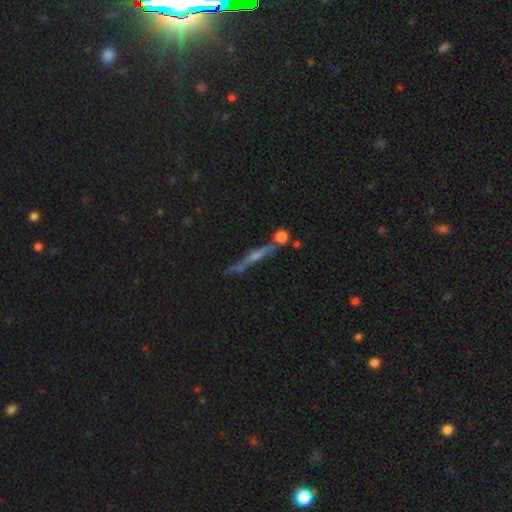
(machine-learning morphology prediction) This appears to be a featured or disk galaxy (65%) viewed edge-on (92%) with a rounded central bulge (61%). Merging: none (71%).